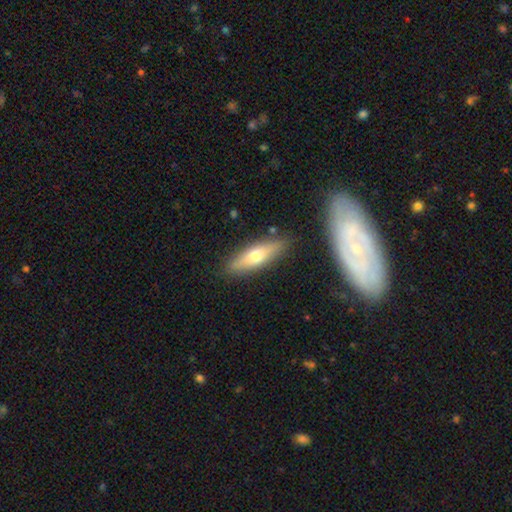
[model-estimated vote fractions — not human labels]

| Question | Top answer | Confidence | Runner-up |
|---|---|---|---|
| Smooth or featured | smooth | 54% | featured or disk (39%) |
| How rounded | cigar-shaped | 60% | in between (37%) |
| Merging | none | 84% | minor disturbance (10%) |